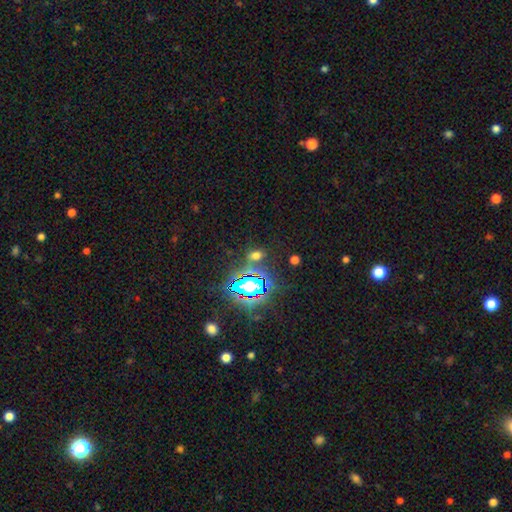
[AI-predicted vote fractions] Overall: star or artifact (79%).